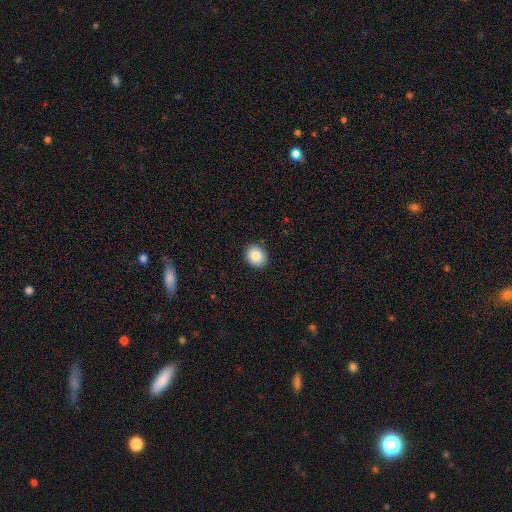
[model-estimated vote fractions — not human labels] smooth-or-featured: smooth: 88% | star or artifact: 8% | featured or disk: 4%
  how-rounded: round: 68% | in between: 31% | cigar-shaped: 1%
  merging: none: 90% | minor disturbance: 7% | major disturbance: 2% | merger: 1%